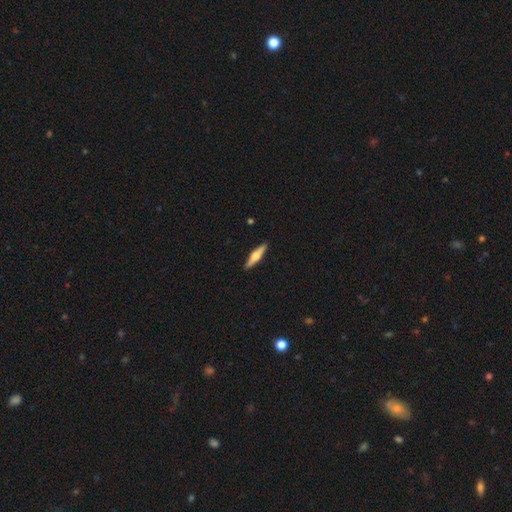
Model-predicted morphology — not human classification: The model was most divided on "smooth or featured": featured or disk: 58%, smooth: 37%, star or artifact: 5%. More confident: edge-on disk — yes (96%); edge-on bulge — rounded (92%); merging — none (91%).